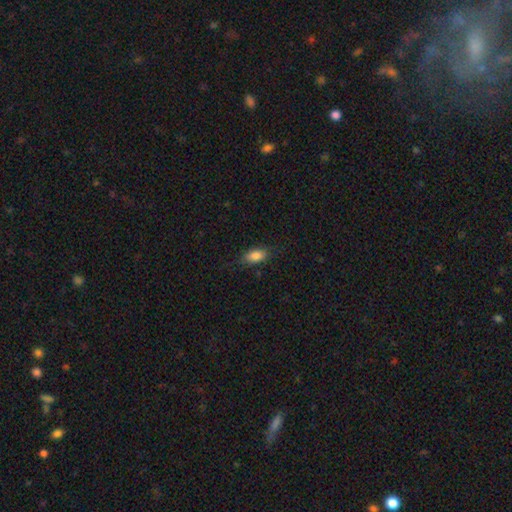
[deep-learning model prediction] smooth_or_featured: smooth (p=0.85) [alt: star or artifact p=0.08]
how_rounded: in between (p=0.88) [alt: cigar-shaped p=0.08]
merging: none (p=0.78) [alt: minor disturbance p=0.16]